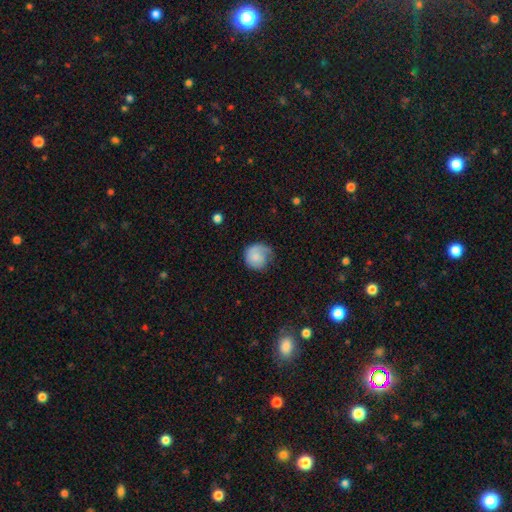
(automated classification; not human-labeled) Q: Smooth or featured?
A: smooth (62%); runner-up: featured or disk (31%)
Q: How rounded?
A: round (84%); runner-up: in between (15%)
Q: Merging?
A: none (48%); runner-up: minor disturbance (29%)